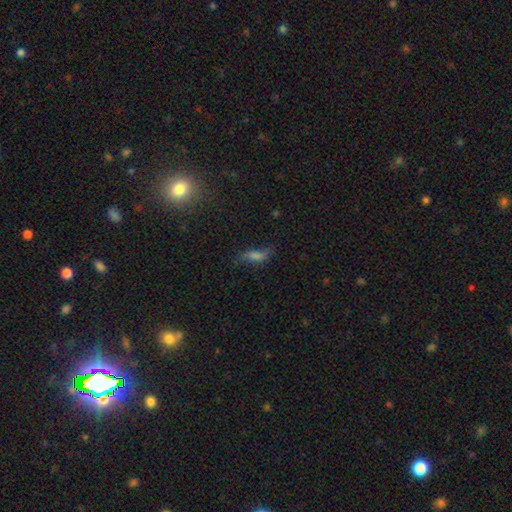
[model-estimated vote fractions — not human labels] A smooth galaxy with no disk features (45%). Merging: none (59%).